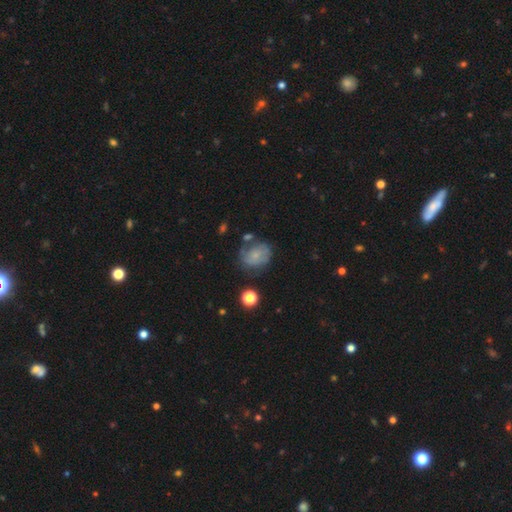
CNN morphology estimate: Smooth or featured? smooth (54%)
How rounded? round (58%)
Merging? none (51%)